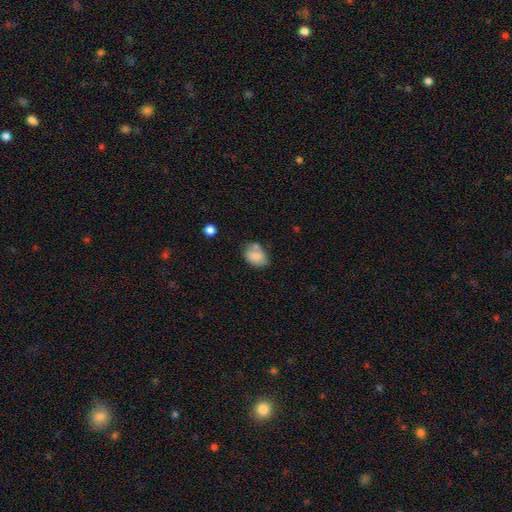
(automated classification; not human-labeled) Q: Smooth or featured?
A: smooth (79%); runner-up: featured or disk (12%)
Q: How rounded?
A: in between (75%); runner-up: round (24%)
Q: Merging?
A: none (51%); runner-up: minor disturbance (26%)